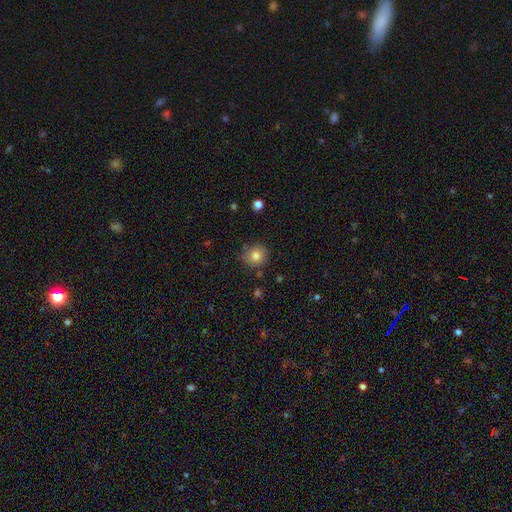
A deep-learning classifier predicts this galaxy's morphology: smooth-or-featured: smooth: 82% | star or artifact: 11% | featured or disk: 7%
  how-rounded: round: 86% | in between: 13% | cigar-shaped: 1%
  merging: none: 78% | minor disturbance: 16% | major disturbance: 3% | merger: 3%